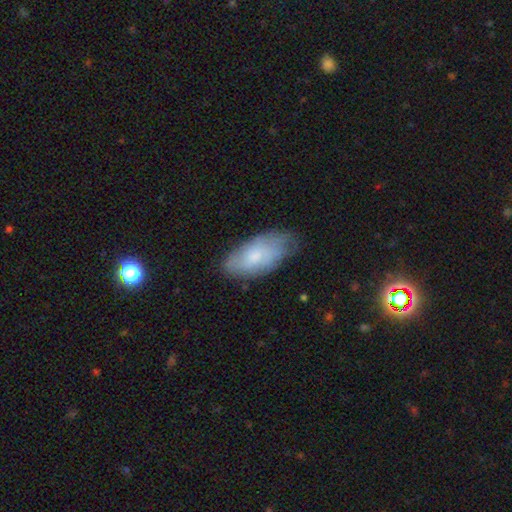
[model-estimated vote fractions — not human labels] smooth_or_featured: smooth (p=0.61) [alt: featured or disk p=0.32]
how_rounded: in between (p=0.90) [alt: cigar-shaped p=0.08]
merging: none (p=0.66) [alt: minor disturbance p=0.27]